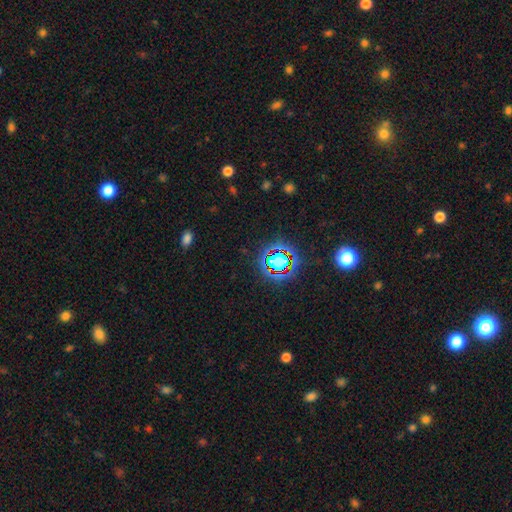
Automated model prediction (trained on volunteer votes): Smooth or featured: star or artifact — 79% (smooth — 13%)